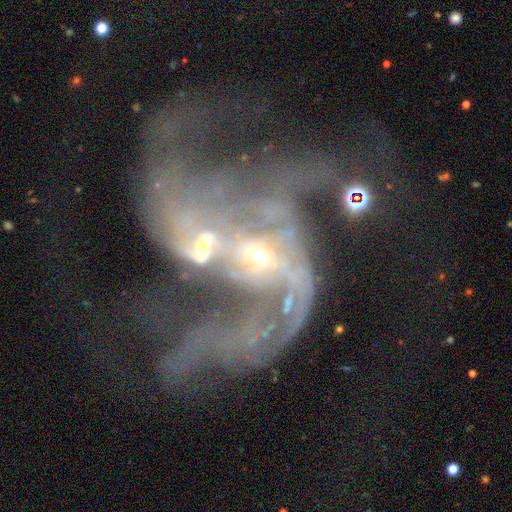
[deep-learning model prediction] Smooth or featured: featured or disk — 78% (star or artifact — 13%)
Edge-on disk: no — 97% (yes — 3%)
Bar: no — 59% (weak — 26%)
Spiral arms: yes — 76% (no — 24%)
Spiral winding: loose — 56% (medium — 30%)
Spiral arm count: 2 — 32% (can't tell — 31%)
Bulge size: small — 61% (moderate — 28%)
Merging: merger — 60% (major disturbance — 28%)